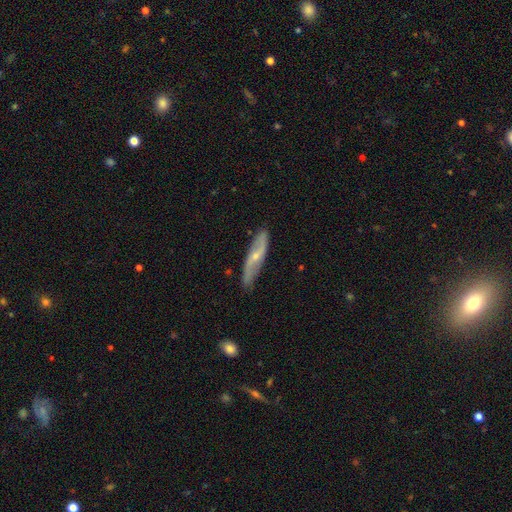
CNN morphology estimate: smooth_or_featured: featured or disk (p=0.71) [alt: smooth p=0.23]
disk_edge_on: no (p=0.68) [alt: yes p=0.32]
merging: none (p=0.80) [alt: minor disturbance p=0.15]